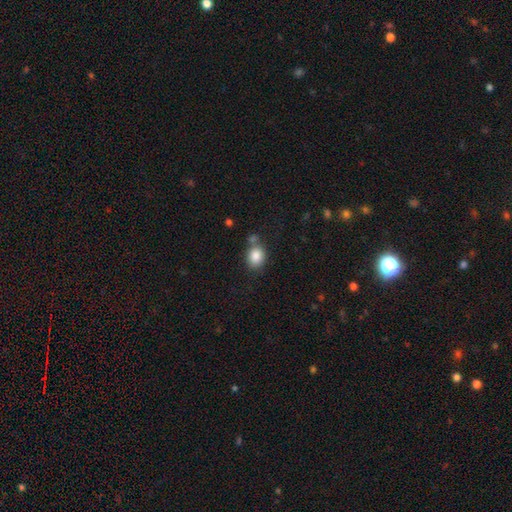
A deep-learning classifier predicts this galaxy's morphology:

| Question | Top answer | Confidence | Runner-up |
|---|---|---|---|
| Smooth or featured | smooth | 85% | star or artifact (9%) |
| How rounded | round | 54% | in between (45%) |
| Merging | none | 61% | merger (19%) |